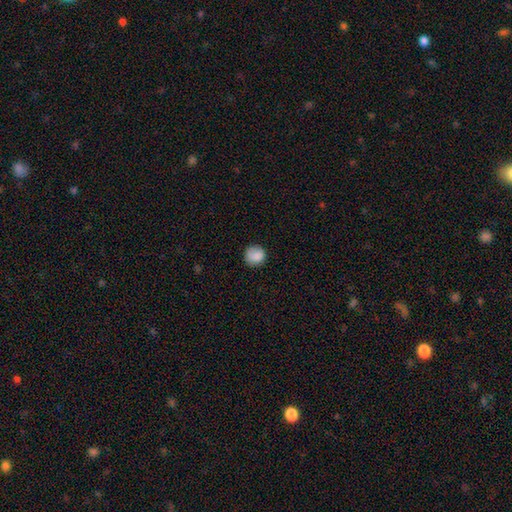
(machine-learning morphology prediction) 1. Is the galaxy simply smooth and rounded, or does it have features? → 87% smooth, 8% star or artifact, 5% featured or disk.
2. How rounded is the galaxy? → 91% round, 8% in between, 1% cigar-shaped.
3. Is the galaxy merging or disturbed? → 81% none, 14% minor disturbance, 3% major disturbance, 1% merger.